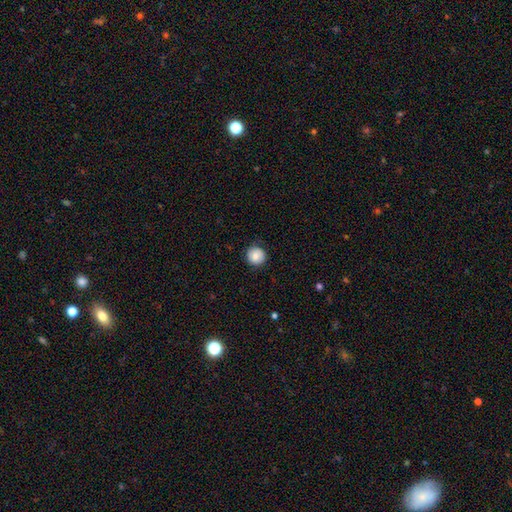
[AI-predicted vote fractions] smooth_or_featured: smooth (p=0.82) [alt: featured or disk p=0.10]
how_rounded: round (p=0.94) [alt: in between p=0.05]
merging: none (p=0.83) [alt: minor disturbance p=0.13]